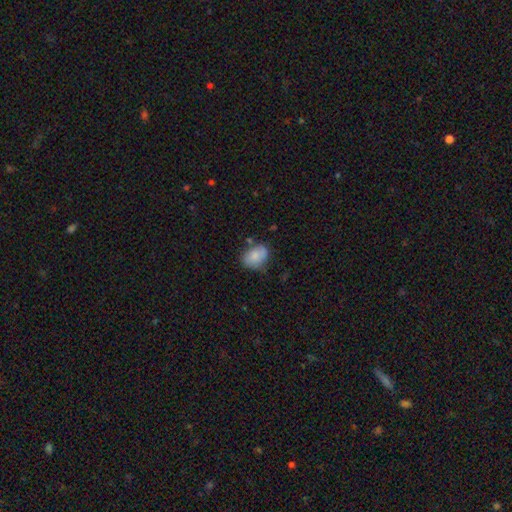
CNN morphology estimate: This appears to be a smooth galaxy with no disk features (81%) that is in between round and cigar-shaped (78%). Merging: none (62%).